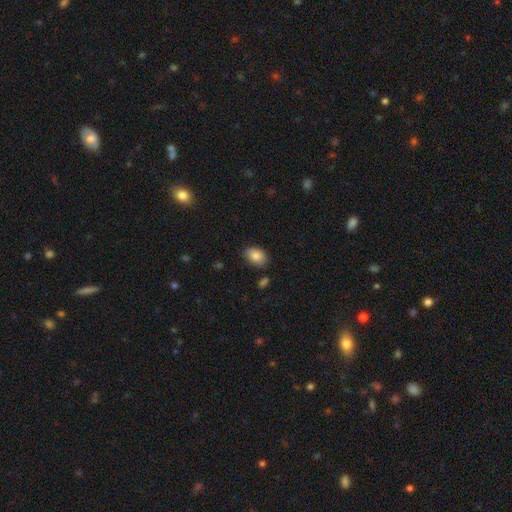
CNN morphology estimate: This is clearly a smooth galaxy (85%). How rounded: clearly in between (83%). Merging: clearly none (80%).